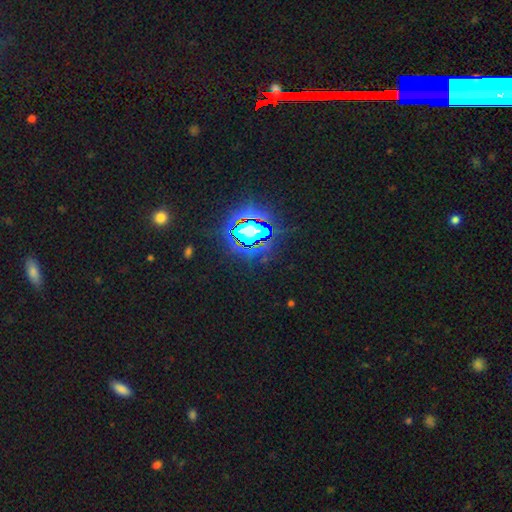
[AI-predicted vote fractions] Smooth or featured? Predicted: star or artifact (p=0.84).